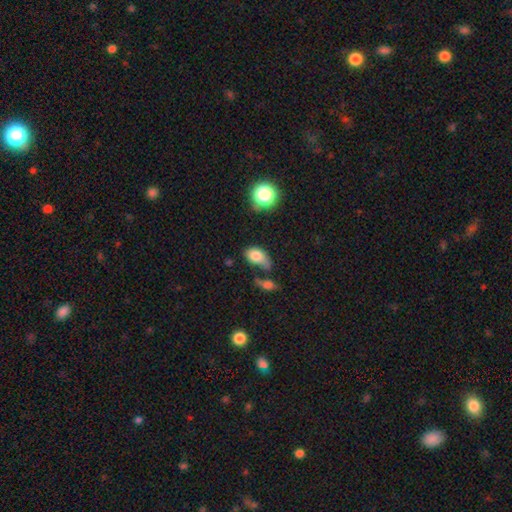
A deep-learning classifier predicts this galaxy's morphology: smooth_or_featured: smooth (p=0.77) [alt: featured or disk p=0.12]
how_rounded: in between (p=0.85) [alt: round p=0.13]
merging: none (p=0.31) [alt: minor disturbance p=0.25]